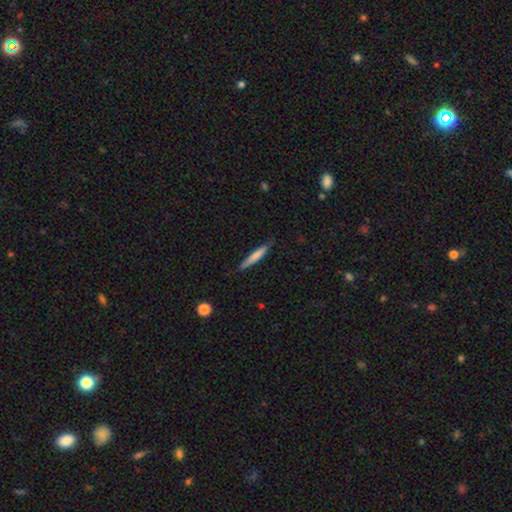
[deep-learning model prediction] Smooth or featured? smooth (71%)
How rounded? cigar-shaped (94%)
Merging? none (82%)